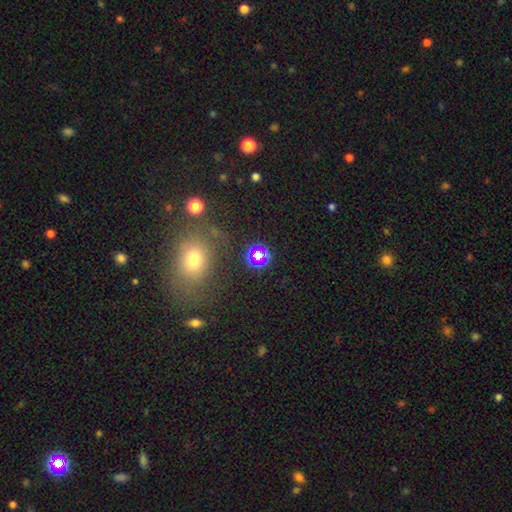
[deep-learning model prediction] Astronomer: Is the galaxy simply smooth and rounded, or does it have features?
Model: star or artifact — 52% (runner-up: smooth, 37%).